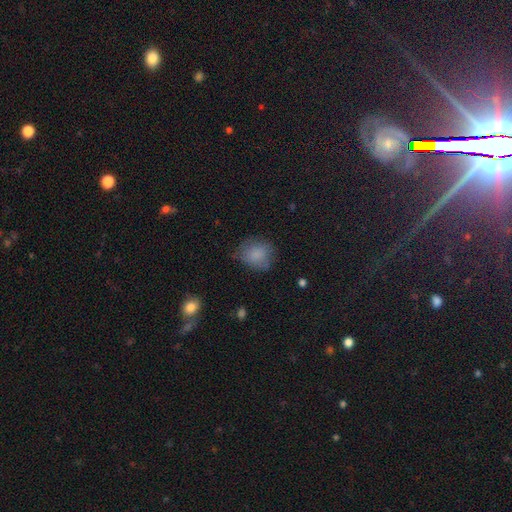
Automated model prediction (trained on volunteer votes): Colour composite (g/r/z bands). It shows a smooth galaxy with no disk features (81%) that is round (69%). Merging: none (63%).